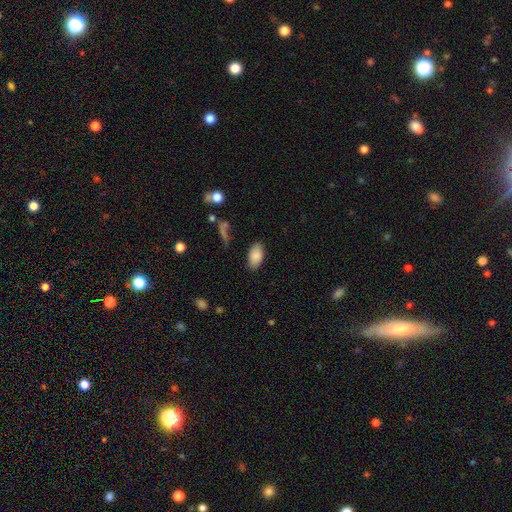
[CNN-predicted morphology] Overall: smooth (87%). How rounded: in between (94%). Merging: none (84%).